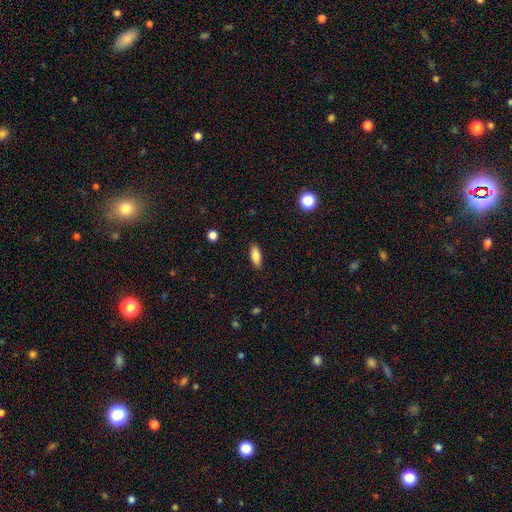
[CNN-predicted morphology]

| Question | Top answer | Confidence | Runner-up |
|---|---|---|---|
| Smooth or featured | smooth | 84% | featured or disk (9%) |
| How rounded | in between | 72% | cigar-shaped (25%) |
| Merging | none | 88% | minor disturbance (9%) |